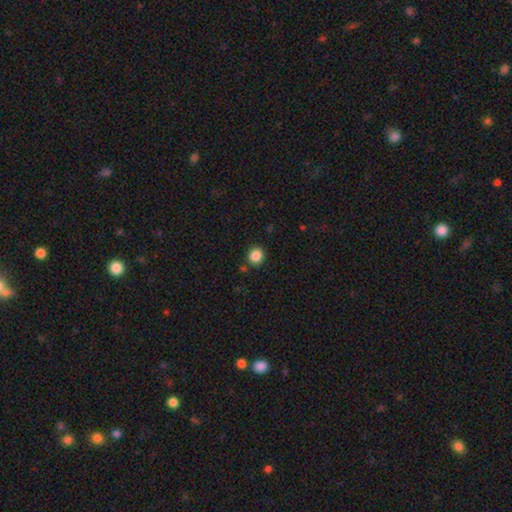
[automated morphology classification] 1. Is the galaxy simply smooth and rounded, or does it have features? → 86% smooth, 11% star or artifact, 4% featured or disk.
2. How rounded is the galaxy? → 84% round, 15% in between, 1% cigar-shaped.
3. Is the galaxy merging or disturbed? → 88% none, 7% minor disturbance, 3% merger, 2% major disturbance.